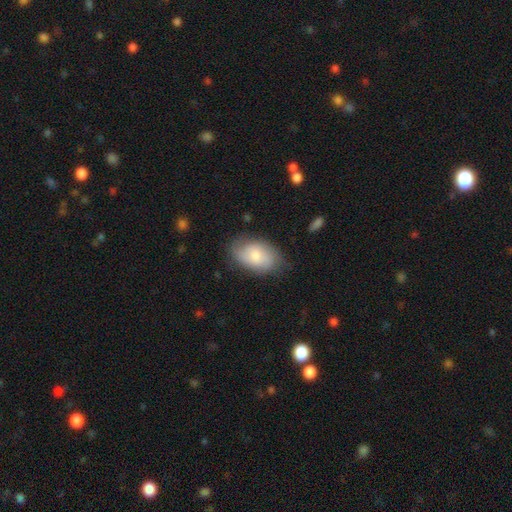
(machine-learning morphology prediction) A smooth galaxy with no disk features (67%) that is in between round and cigar-shaped (88%).

Vote fractions:
- Smooth or featured? smooth: 67% / featured or disk: 26% / star or artifact: 7%
- How rounded? in between: 88% / round: 11% / cigar-shaped: 1%
- Merging? none: 69% / minor disturbance: 23% / major disturbance: 6% / merger: 1%